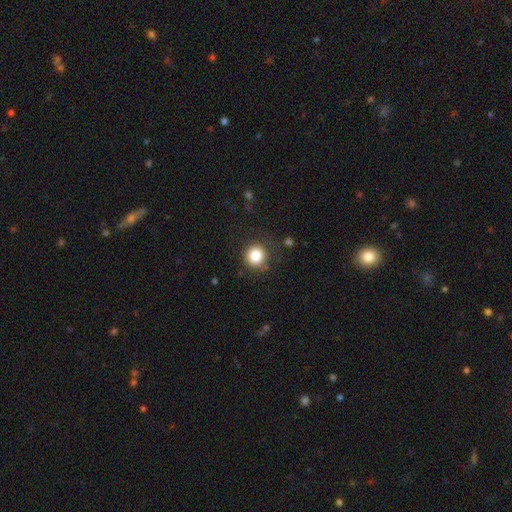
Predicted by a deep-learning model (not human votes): smooth-or-featured: smooth: 84% | star or artifact: 11% | featured or disk: 5%
  how-rounded: round: 93% | in between: 6% | cigar-shaped: 1%
  merging: none: 84% | minor disturbance: 11% | major disturbance: 4% | merger: 2%